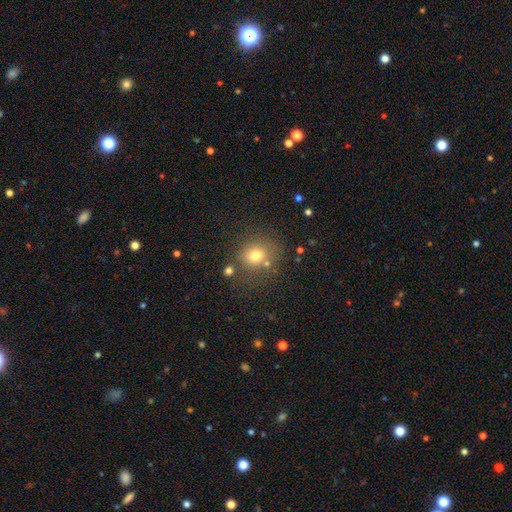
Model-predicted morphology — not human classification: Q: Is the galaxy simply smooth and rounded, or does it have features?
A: smooth — 73%.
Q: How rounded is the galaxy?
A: round — 74%.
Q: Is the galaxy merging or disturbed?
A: none — 71%.